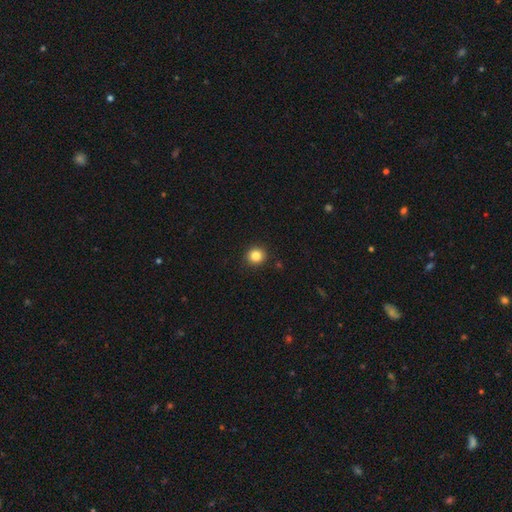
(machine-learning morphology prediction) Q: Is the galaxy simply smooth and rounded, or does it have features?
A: smooth — 84%.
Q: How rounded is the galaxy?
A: round — 91%.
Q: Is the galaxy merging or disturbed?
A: none — 92%.